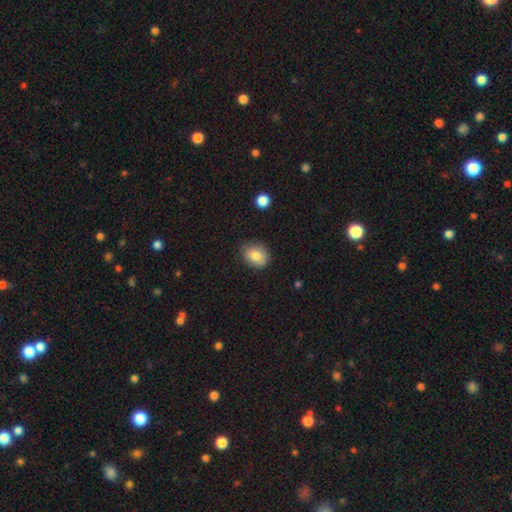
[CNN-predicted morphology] This is clearly a smooth galaxy (82%). How rounded: possibly in between (53%). Merging: likely none (80%).